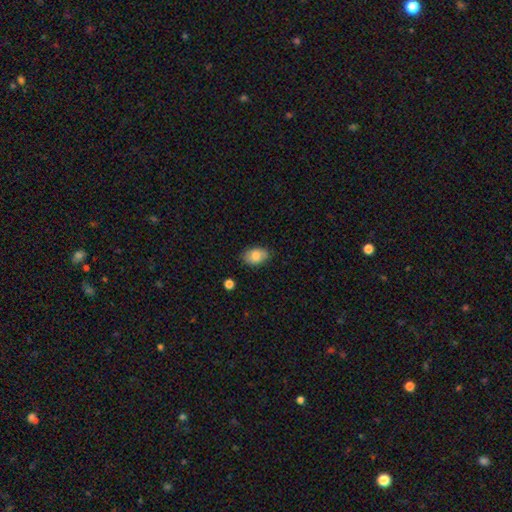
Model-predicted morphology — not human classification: Overall: smooth (81%). How rounded: in between (85%). Merging: none (80%).